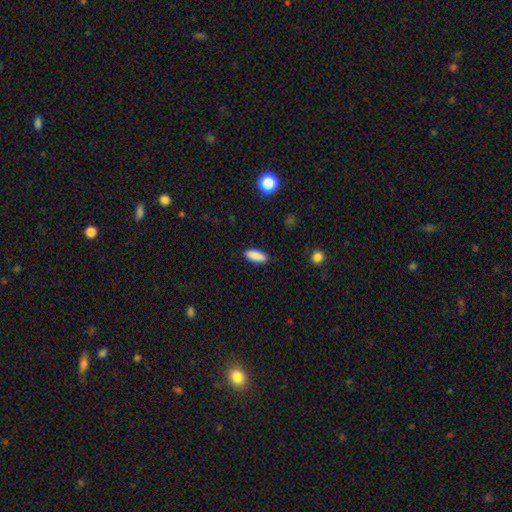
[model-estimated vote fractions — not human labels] smooth 89%, star or artifact 7%, featured or disk 4%. Down the decision tree: how rounded — in between (72%); merging — none (89%).